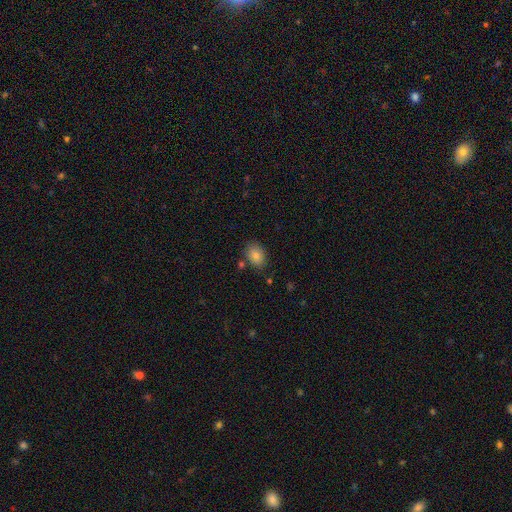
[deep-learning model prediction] smooth-or-featured: smooth: 83% | star or artifact: 9% | featured or disk: 8%
  how-rounded: in between: 74% | round: 25% | cigar-shaped: 1%
  merging: none: 79% | minor disturbance: 13% | merger: 5% | major disturbance: 3%